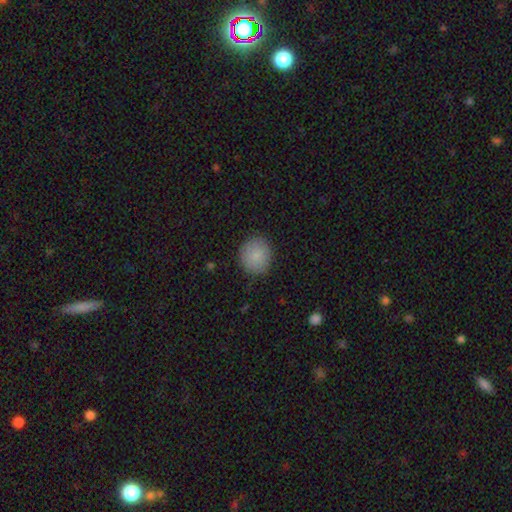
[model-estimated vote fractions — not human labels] Smooth or featured? Predicted: smooth (p=0.87). How rounded? Predicted: round (p=0.83). Merging? Predicted: none (p=0.85).